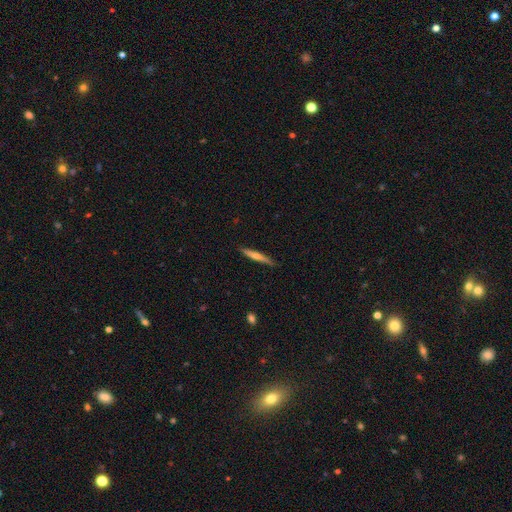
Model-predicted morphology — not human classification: smooth_or_featured: featured or disk (p=0.55) [alt: smooth p=0.39]
disk_edge_on: yes (p=0.96) [alt: no p=0.04]
edge_on_bulge: rounded (p=0.76) [alt: none p=0.20]
merging: none (p=0.87) [alt: minor disturbance p=0.10]